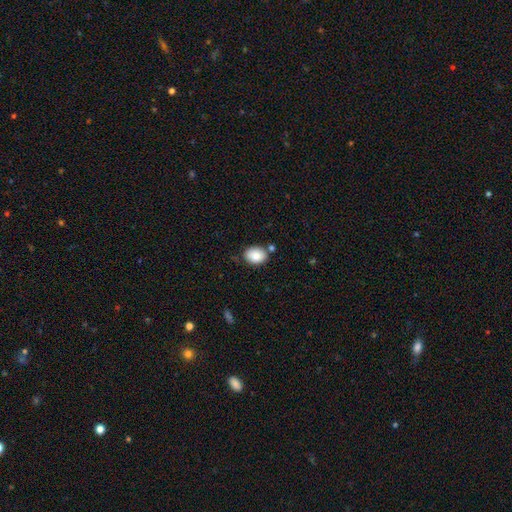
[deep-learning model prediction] A smooth galaxy with no disk features (86%) that is in between round and cigar-shaped (68%).

Vote fractions:
- Smooth or featured? smooth: 86% / star or artifact: 8% / featured or disk: 7%
- How rounded? in between: 68% / round: 31% / cigar-shaped: 1%
- Merging? none: 75% / minor disturbance: 14% / merger: 8% / major disturbance: 3%